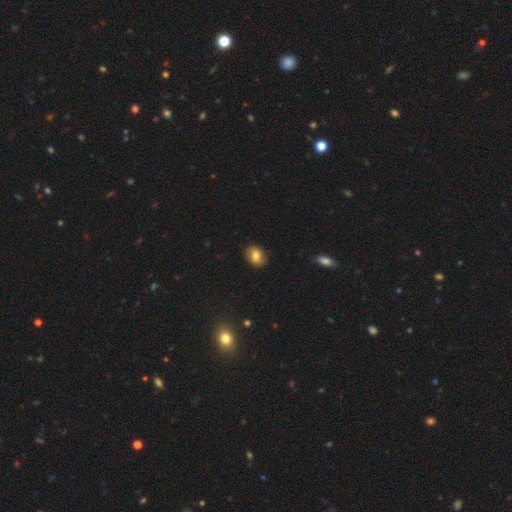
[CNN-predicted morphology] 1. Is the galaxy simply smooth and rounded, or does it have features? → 68% smooth, 22% featured or disk, 10% star or artifact.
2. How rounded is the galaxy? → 56% in between, 42% round, 1% cigar-shaped.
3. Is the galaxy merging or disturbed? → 83% none, 13% minor disturbance, 3% major disturbance, 1% merger.